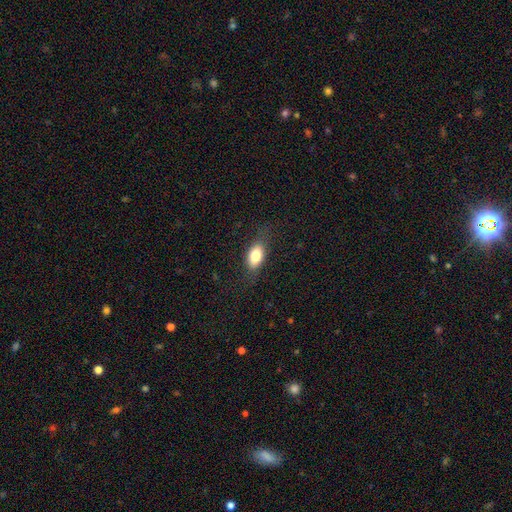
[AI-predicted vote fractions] smooth 77%, featured or disk 15%, star or artifact 8%. Down the decision tree: how rounded — in between (85%); merging — none (78%).